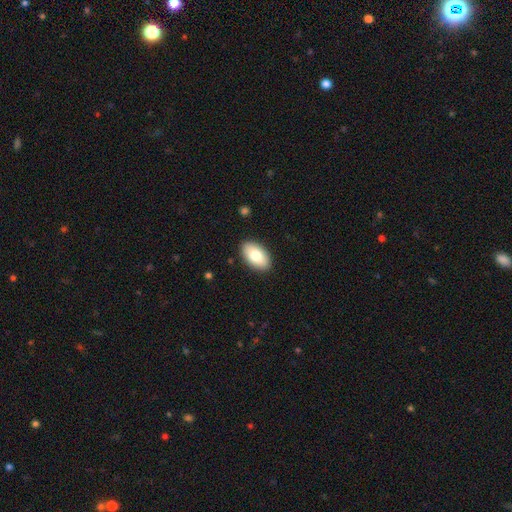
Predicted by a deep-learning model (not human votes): Smooth or featured: smooth — 79% (featured or disk — 15%)
How rounded: in between — 94% (round — 4%)
Merging: none — 89% (minor disturbance — 8%)